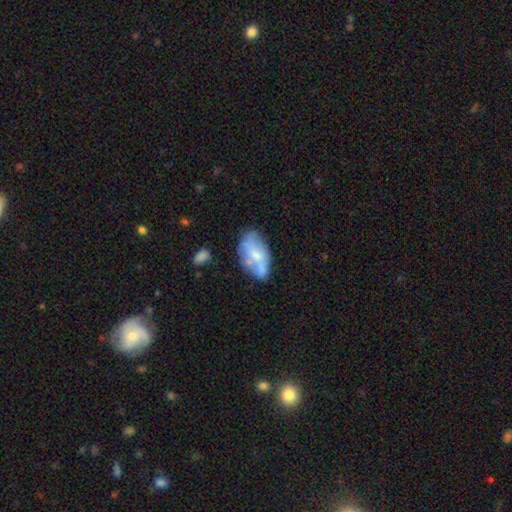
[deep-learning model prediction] smooth 51%, featured or disk 42%, star or artifact 7%. Down the decision tree: how rounded — in between (92%); merging — none (46%).